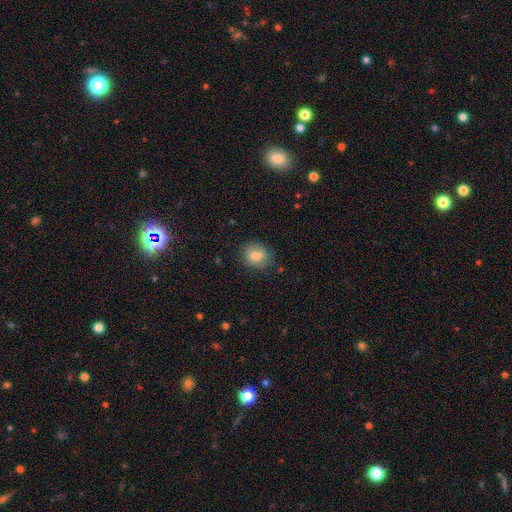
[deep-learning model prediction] The model was most divided on "how rounded": round: 56%, in between: 43%, cigar-shaped: 1%. More confident: merging — none (81%); smooth or featured — smooth (80%).